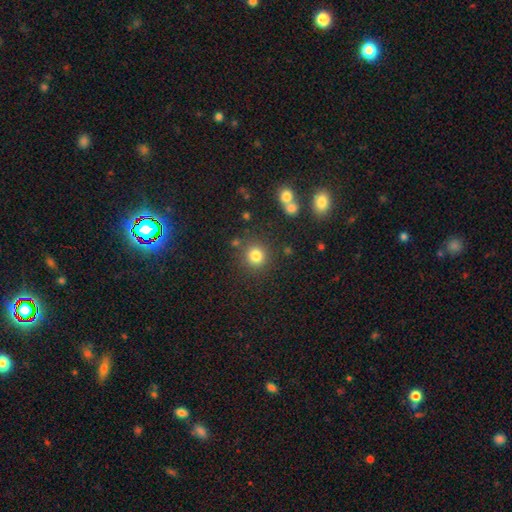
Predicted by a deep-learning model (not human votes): Overall: smooth (82%). How rounded: round (90%). Merging: none (83%).